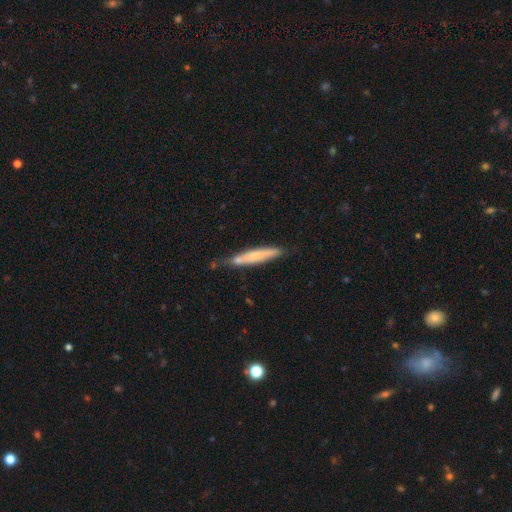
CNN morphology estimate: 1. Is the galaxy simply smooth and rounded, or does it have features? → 56% smooth, 38% featured or disk, 6% star or artifact.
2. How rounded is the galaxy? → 90% cigar-shaped, 8% in between, 1% round.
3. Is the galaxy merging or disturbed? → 59% none, 26% minor disturbance, 10% merger, 5% major disturbance.